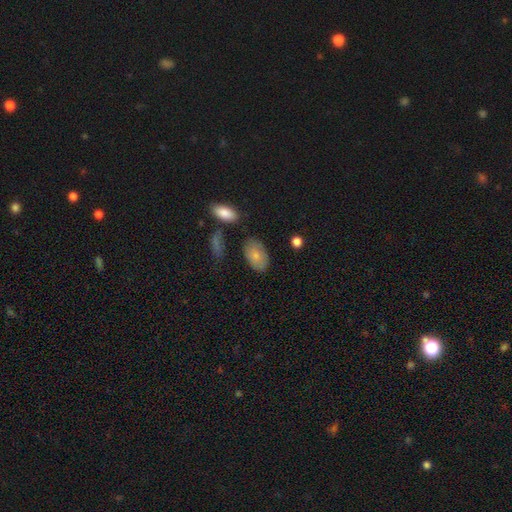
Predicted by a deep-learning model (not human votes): This is likely a smooth galaxy (78%). How rounded: clearly in between (92%). Merging: likely none (74%).